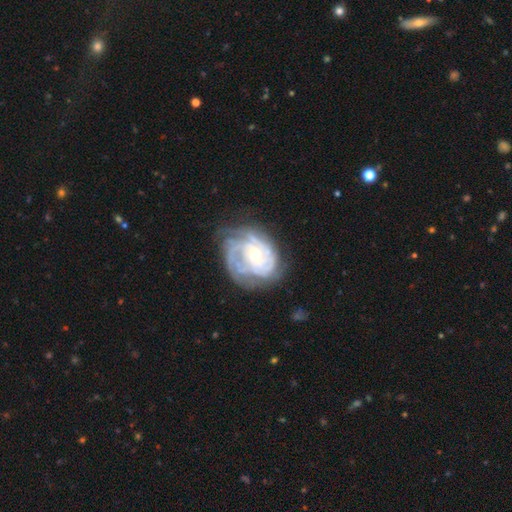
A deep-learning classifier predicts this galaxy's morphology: Smooth or featured?
  - featured or disk: 87% *
  - smooth: 8%
  - star or artifact: 6%
Edge-on disk?
  - no: 97% *
  - yes: 3%
Bar?
  - no: 69% *
  - weak: 24%
  - strong: 7%
Spiral arms?
  - yes: 95% *
  - no: 5%
Spiral winding?
  - tight: 70% *
  - medium: 24%
  - loose: 6%
Spiral arm count?
  - can't tell: 34% *
  - 3: 22%
  - 4: 16%
  - 2: 15%
  - more than 4: 7%
  - 1: 6%
Bulge size?
  - small: 51% *
  - moderate: 46%
  - large: 2%
  - none: 1%
  - dominant: 1%
Merging?
  - none: 61% *
  - minor disturbance: 24%
  - major disturbance: 14%
  - merger: 2%